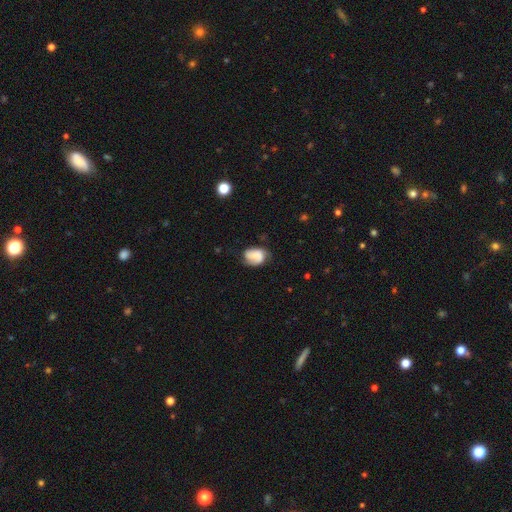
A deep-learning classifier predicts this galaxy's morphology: Smooth or featured?
  - smooth: 55% *
  - featured or disk: 37%
  - star or artifact: 9%
How rounded?
  - in between: 69% *
  - round: 30%
  - cigar-shaped: 1%
Merging?
  - none: 53% *
  - minor disturbance: 32%
  - major disturbance: 12%
  - merger: 2%